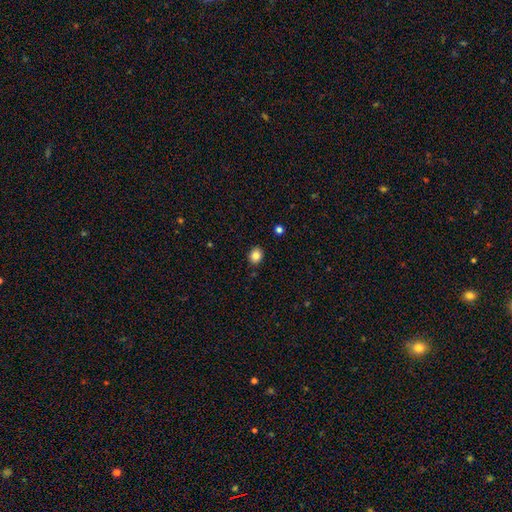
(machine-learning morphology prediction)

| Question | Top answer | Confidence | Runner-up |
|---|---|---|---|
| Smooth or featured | smooth | 84% | star or artifact (10%) |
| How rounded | round | 66% | in between (33%) |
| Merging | none | 89% | minor disturbance (8%) |